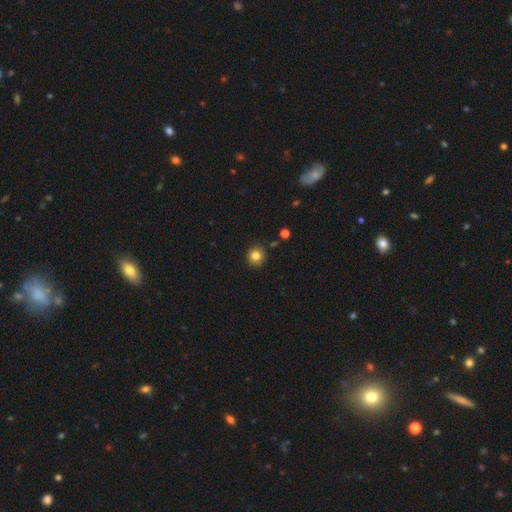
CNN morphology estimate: Smooth or featured? smooth (81%)
How rounded? round (91%)
Merging? none (89%)